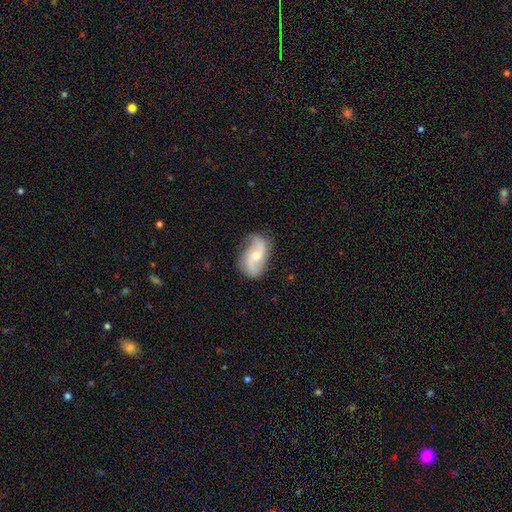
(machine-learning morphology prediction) smooth-or-featured: featured or disk: 79% | smooth: 15% | star or artifact: 6%
  disk-edge-on: no: 97% | yes: 3%
    bar: no: 53% | weak: 37% | strong: 10%
    has-spiral-arms: yes: 95% | no: 5%
      spiral-winding: loose: 58% | medium: 32% | tight: 10%
      spiral-arm-count: 2: 90% | can't tell: 4% | 1: 2% | 3: 2% | 4: 1% | more than 4: 1%
    bulge-size: moderate: 53% | small: 42% | large: 2% | none: 2% | dominant: 1%
  merging: none: 75% | minor disturbance: 18% | major disturbance: 6% | merger: 1%